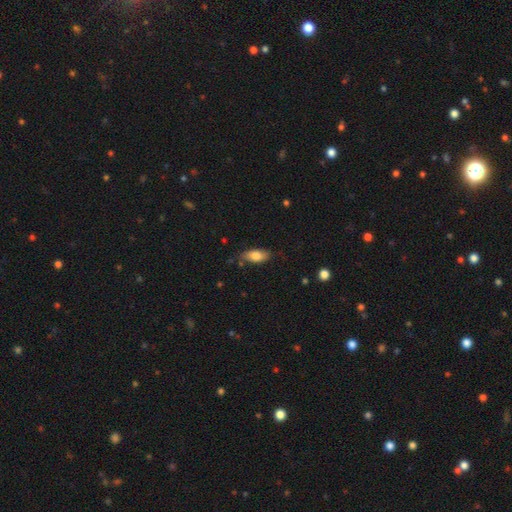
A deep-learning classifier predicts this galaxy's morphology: Smooth or featured? Predicted: smooth (p=0.79). How rounded? Predicted: in between (p=0.85). Merging? Predicted: none (p=0.77).